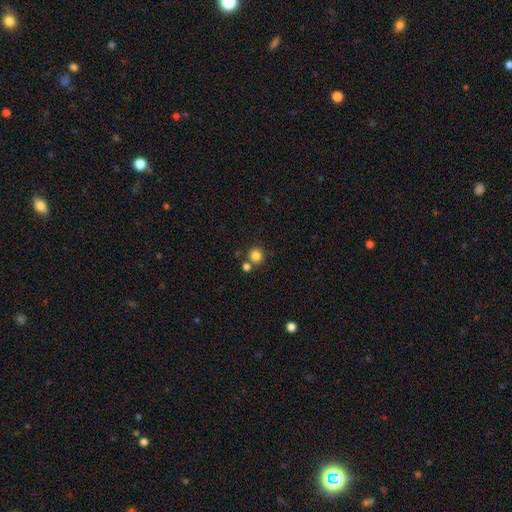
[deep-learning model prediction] smooth 83%, star or artifact 12%, featured or disk 5%. Down the decision tree: how rounded — round (91%); merging — none (73%).